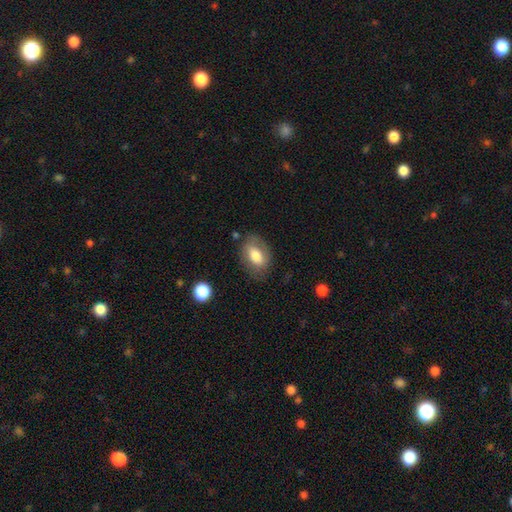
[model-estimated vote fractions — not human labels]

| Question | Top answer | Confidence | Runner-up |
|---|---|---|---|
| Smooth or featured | smooth | 69% | featured or disk (24%) |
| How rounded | in between | 85% | round (13%) |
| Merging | none | 71% | minor disturbance (19%) |